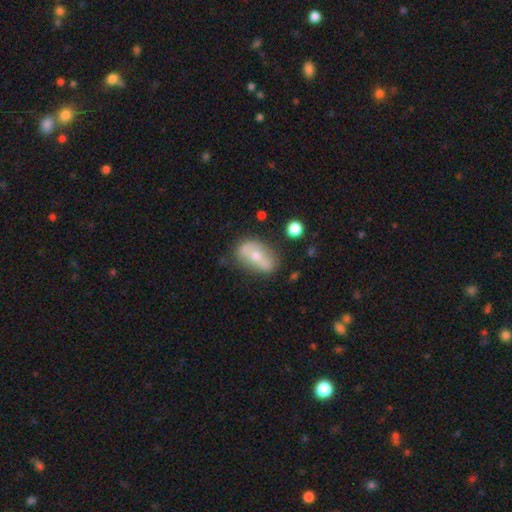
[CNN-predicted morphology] This appears to be a featured or disk galaxy (48%). Merging: none (61%).